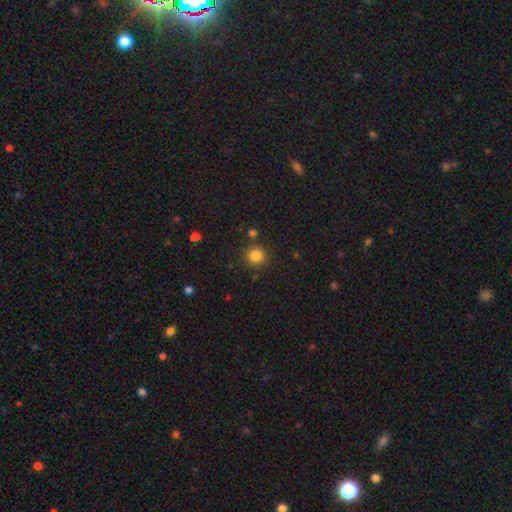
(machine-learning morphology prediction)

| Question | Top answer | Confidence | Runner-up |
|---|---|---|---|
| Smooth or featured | smooth | 83% | star or artifact (12%) |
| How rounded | round | 91% | in between (8%) |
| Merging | none | 85% | minor disturbance (8%) |